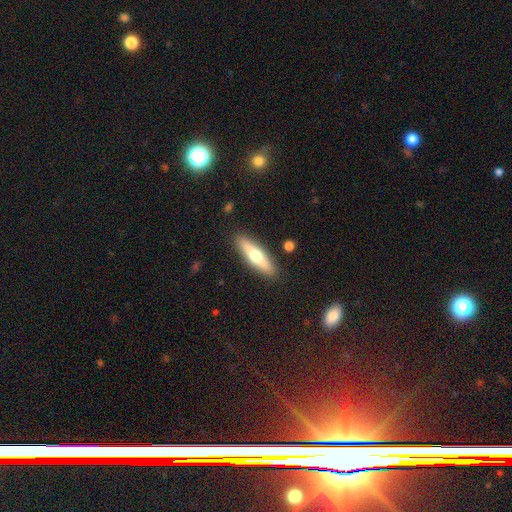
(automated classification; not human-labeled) Morphology: type=smooth (51%); roundness=cigar-shaped (68%); merging=none (88%).